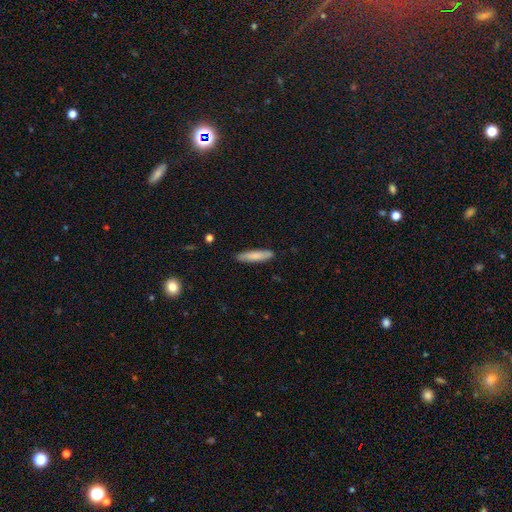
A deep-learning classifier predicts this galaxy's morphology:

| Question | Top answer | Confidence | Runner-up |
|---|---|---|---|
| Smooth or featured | smooth | 80% | featured or disk (14%) |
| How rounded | cigar-shaped | 83% | in between (16%) |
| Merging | none | 86% | minor disturbance (10%) |